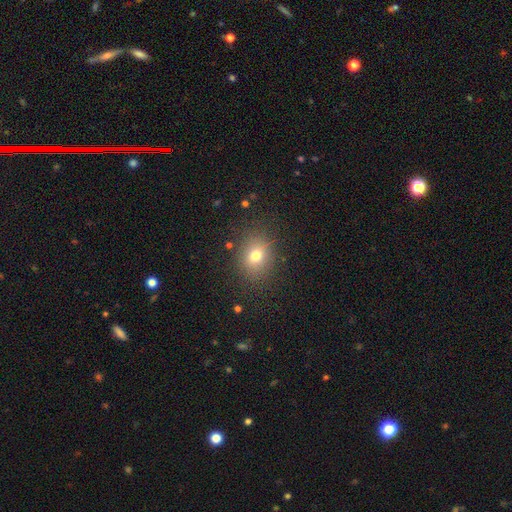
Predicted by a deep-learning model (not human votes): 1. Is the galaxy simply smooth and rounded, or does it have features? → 72% smooth, 15% star or artifact, 12% featured or disk.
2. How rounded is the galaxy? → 57% round, 42% in between, 1% cigar-shaped.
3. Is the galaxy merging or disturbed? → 83% none, 11% minor disturbance, 5% major disturbance, 2% merger.